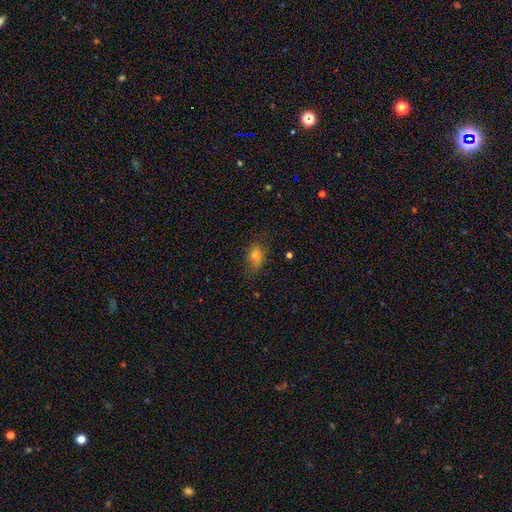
This is clearly a smooth galaxy (85%). How rounded: likely in between (70%). Merging: likely none (75%).